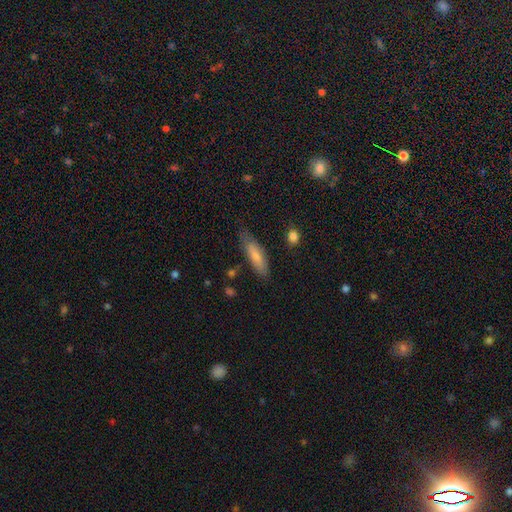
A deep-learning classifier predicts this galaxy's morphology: A smooth galaxy with no disk features (74%) that is cigar-shaped (54%). Merging: none (73%).